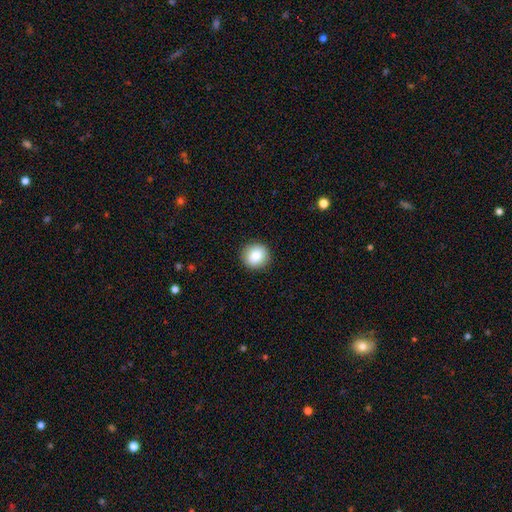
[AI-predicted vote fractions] A smooth galaxy with no disk features (84%) that is round (89%).

Vote fractions:
- Smooth or featured? smooth: 84% / star or artifact: 9% / featured or disk: 7%
- How rounded? round: 89% / in between: 10% / cigar-shaped: 1%
- Merging? none: 92% / minor disturbance: 6% / major disturbance: 2% / merger: 1%